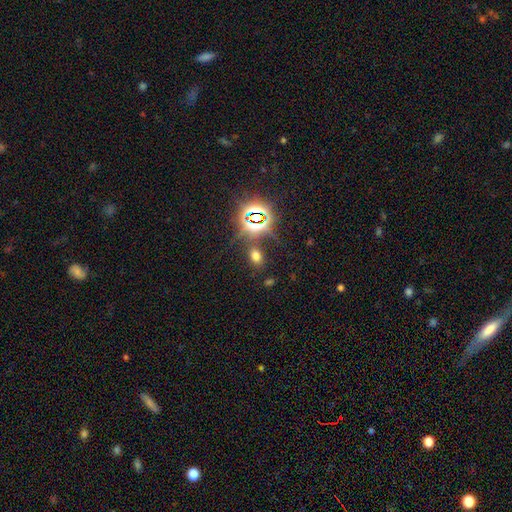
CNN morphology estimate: type=smooth (56%); roundness=in between (79%); merging=none (80%).